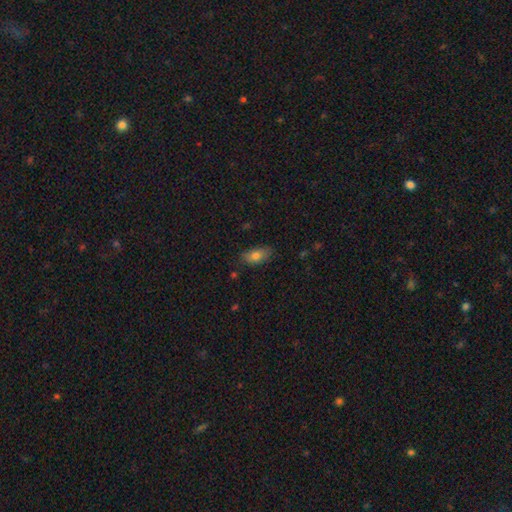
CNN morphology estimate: Overall: smooth (78%). How rounded: in between (87%). Merging: none (75%).